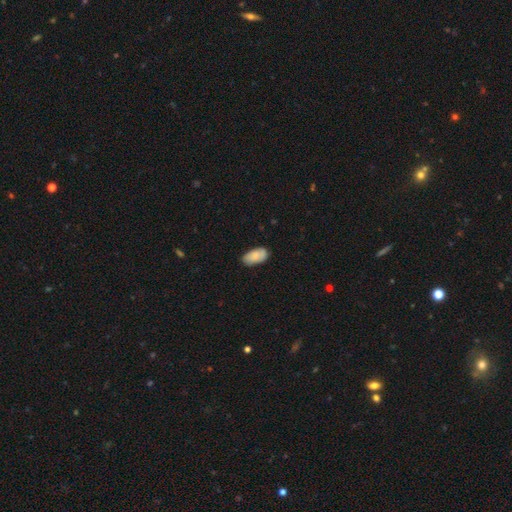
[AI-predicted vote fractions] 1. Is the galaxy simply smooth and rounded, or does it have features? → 81% smooth, 13% featured or disk, 6% star or artifact.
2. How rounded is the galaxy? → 94% in between, 3% round, 3% cigar-shaped.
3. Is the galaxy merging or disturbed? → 74% none, 21% minor disturbance, 3% major disturbance, 1% merger.